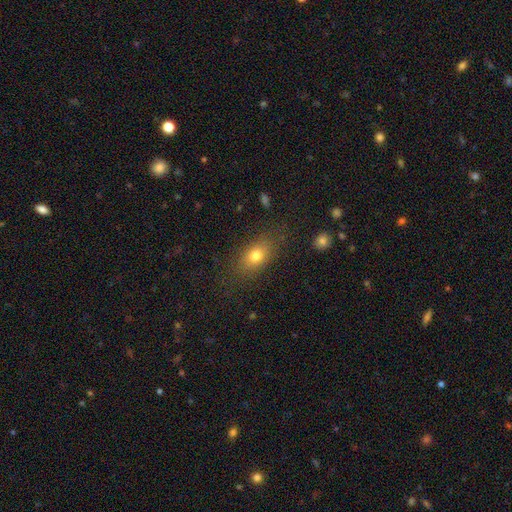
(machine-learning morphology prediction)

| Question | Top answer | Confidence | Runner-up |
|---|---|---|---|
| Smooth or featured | smooth | 76% | featured or disk (13%) |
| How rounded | in between | 75% | round (19%) |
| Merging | none | 78% | minor disturbance (14%) |